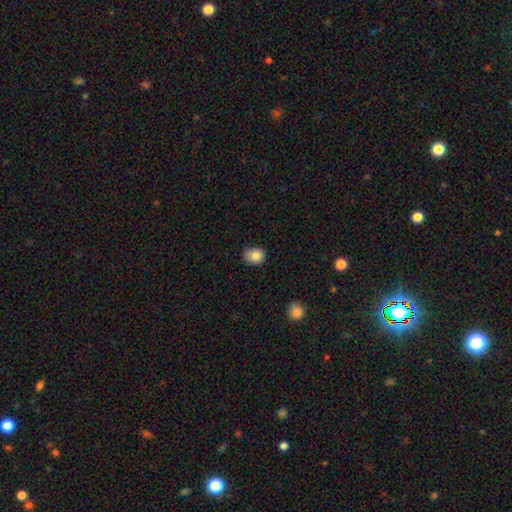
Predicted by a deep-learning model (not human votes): Morphology: type=smooth (83%); roundness=round (56%); merging=none (69%).